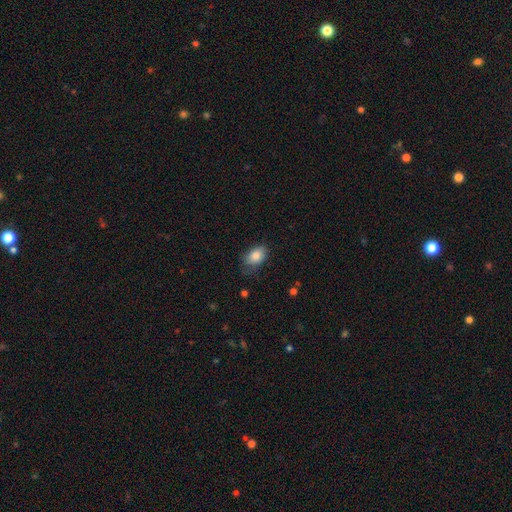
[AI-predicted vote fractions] The model was most divided on "merging": none: 65%, minor disturbance: 27%, major disturbance: 7%, merger: 1%. More confident: how rounded — in between (87%); smooth or featured — smooth (83%).